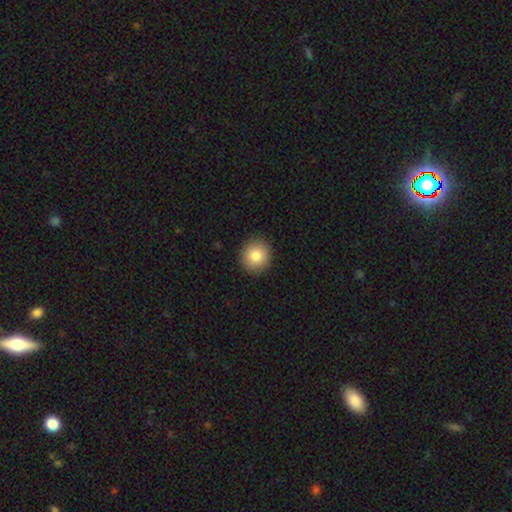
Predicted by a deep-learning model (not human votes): Smooth or featured: smooth — 86% (star or artifact — 8%)
How rounded: round — 90% (in between — 9%)
Merging: none — 91% (minor disturbance — 6%)